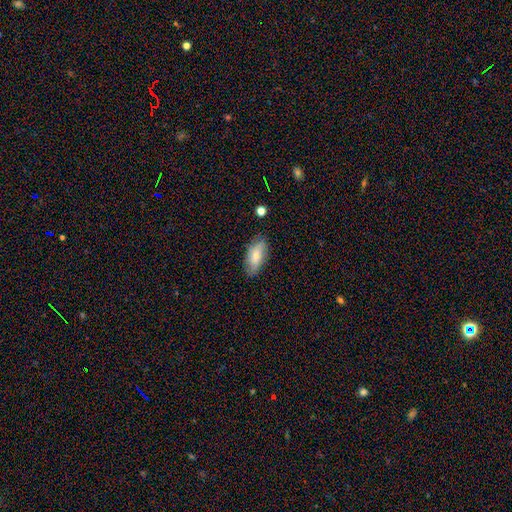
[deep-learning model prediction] Q: Smooth or featured?
A: smooth (73%); runner-up: featured or disk (21%)
Q: How rounded?
A: in between (88%); runner-up: cigar-shaped (10%)
Q: Merging?
A: none (79%); runner-up: minor disturbance (16%)